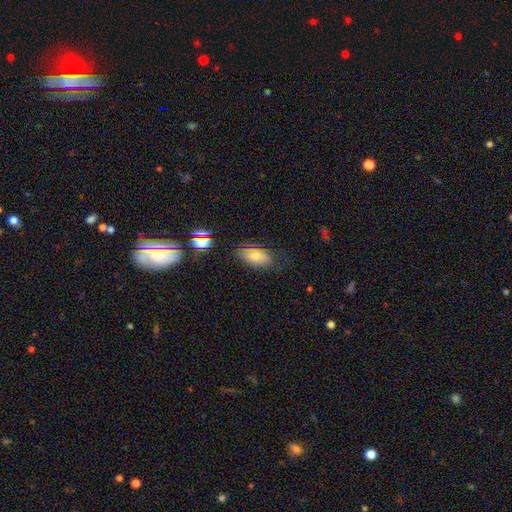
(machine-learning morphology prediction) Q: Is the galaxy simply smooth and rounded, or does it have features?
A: smooth — 72%.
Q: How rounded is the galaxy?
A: in between — 90%.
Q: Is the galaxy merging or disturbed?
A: none — 67%.